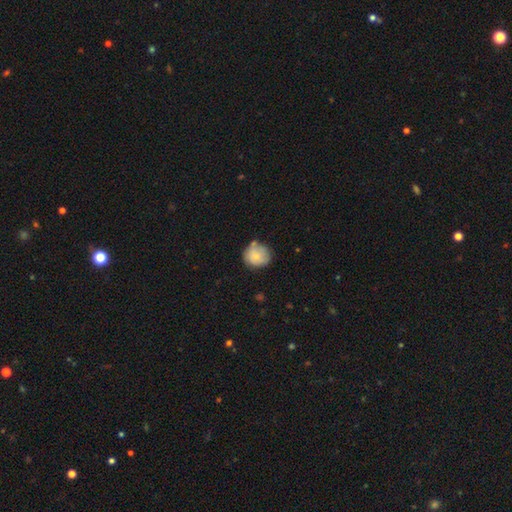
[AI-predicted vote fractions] The model was most divided on "merging": none: 64%, minor disturbance: 23%, merger: 8%, major disturbance: 5%. More confident: how rounded — round (84%); smooth or featured — smooth (79%).